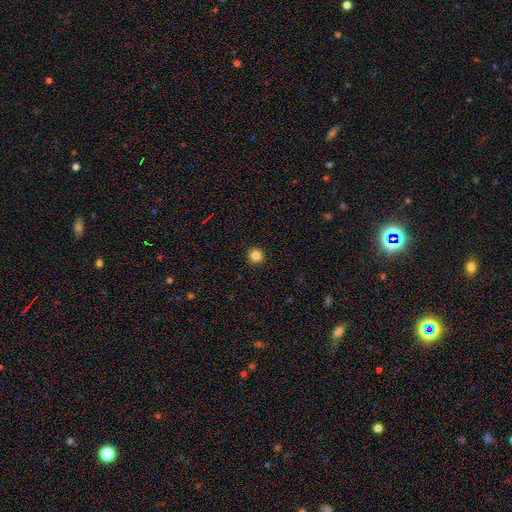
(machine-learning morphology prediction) smooth_or_featured: smooth (p=0.84) [alt: star or artifact p=0.11]
how_rounded: round (p=0.95) [alt: in between p=0.04]
merging: none (p=0.93) [alt: minor disturbance p=0.04]